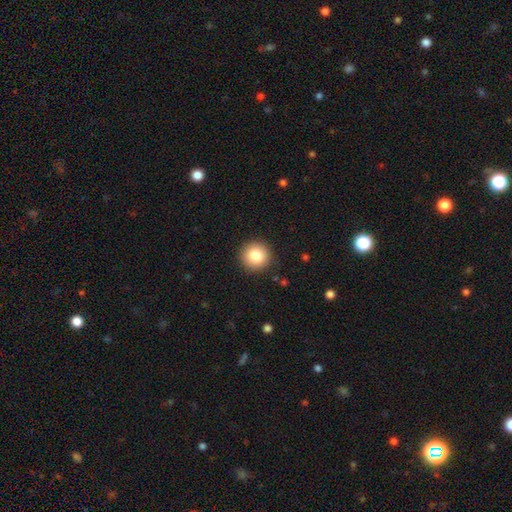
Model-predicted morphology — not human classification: smooth-or-featured: smooth: 85% | star or artifact: 9% | featured or disk: 7%
  how-rounded: round: 95% | in between: 4% | cigar-shaped: 1%
  merging: none: 91% | minor disturbance: 6% | major disturbance: 2% | merger: 1%